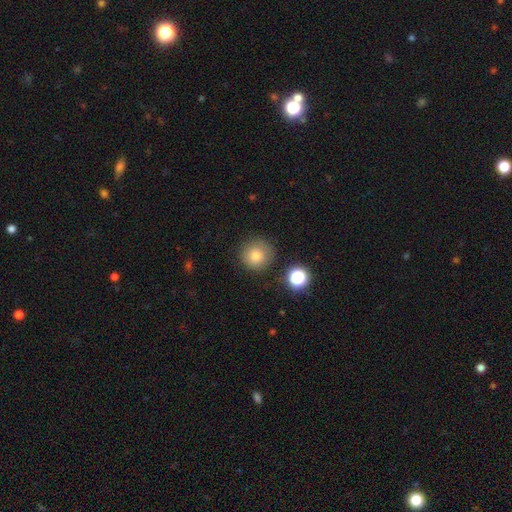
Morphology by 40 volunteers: smooth 82%, star or artifact 10%, featured or disk 8%. Down the decision tree: how rounded — round (97%); merging — none (86%).